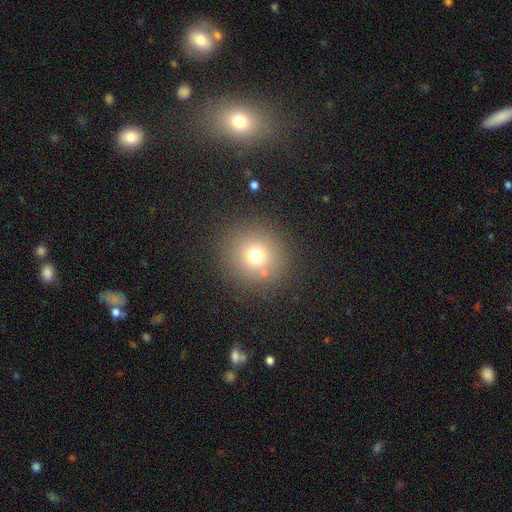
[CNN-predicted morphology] A smooth galaxy with no disk features (71%) that is round (93%). Merging: none (84%).